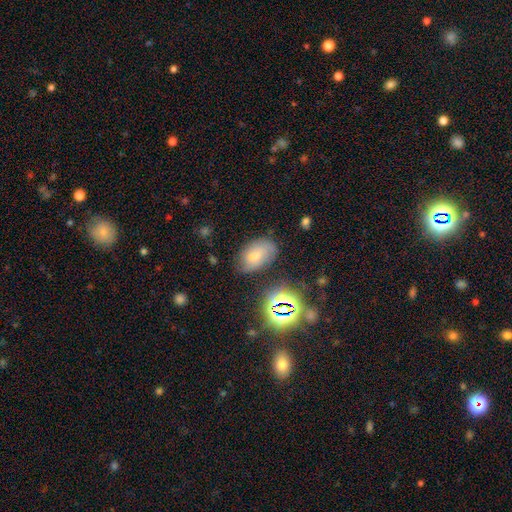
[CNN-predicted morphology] type=smooth (57%); roundness=in between (89%); merging=none (62%).